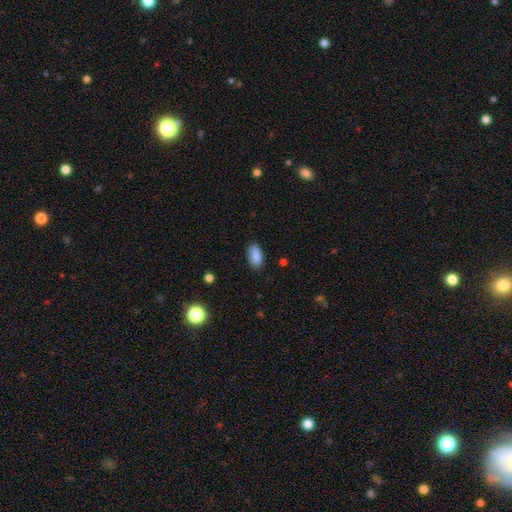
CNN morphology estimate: This is clearly a smooth galaxy (87%). How rounded: clearly in between (91%). Merging: likely none (78%).